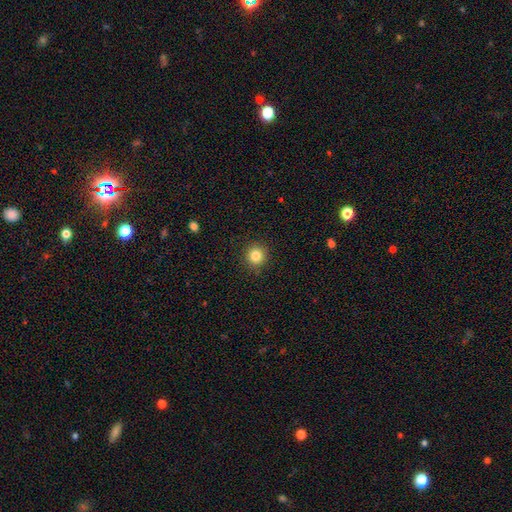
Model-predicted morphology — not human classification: Q: Smooth or featured?
A: smooth (84%); runner-up: star or artifact (11%)
Q: How rounded?
A: round (93%); runner-up: in between (6%)
Q: Merging?
A: none (91%); runner-up: minor disturbance (6%)